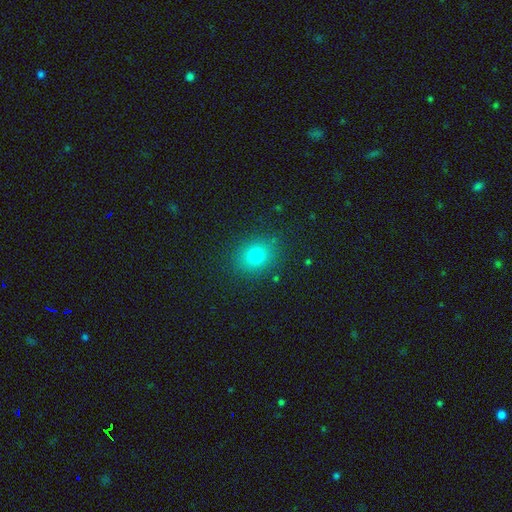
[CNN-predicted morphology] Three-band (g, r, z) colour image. It shows a smooth galaxy with no disk features (76%) that is round (67%). Merging: none (86%).